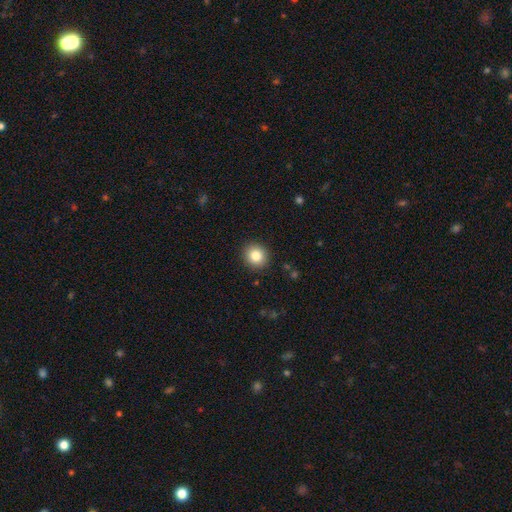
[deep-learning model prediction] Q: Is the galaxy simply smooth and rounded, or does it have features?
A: smooth — 83%.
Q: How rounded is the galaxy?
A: round — 83%.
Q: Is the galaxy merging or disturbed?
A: none — 90%.